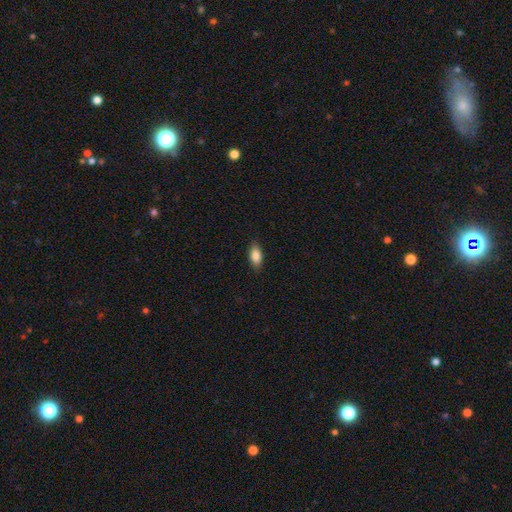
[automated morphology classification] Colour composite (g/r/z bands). It shows a smooth galaxy with no disk features (85%) that is in between round and cigar-shaped (88%). Merging: none (87%).